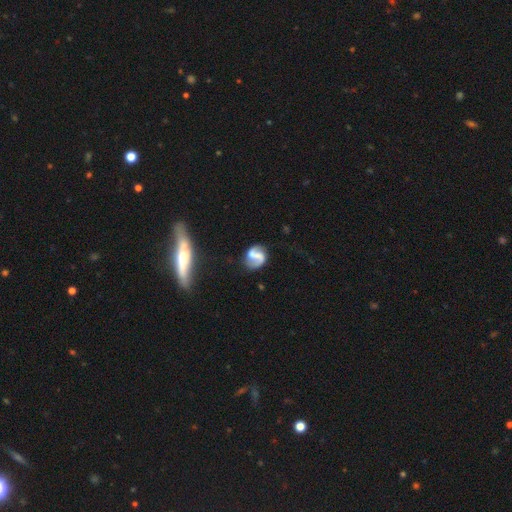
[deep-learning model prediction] This appears to be a featured or disk galaxy (75%) with a weak bar (40%), 2 (85%) loose (41%, tied with medium) spiral arms (90%) and no central bulge (51%). Merging: none (66%).